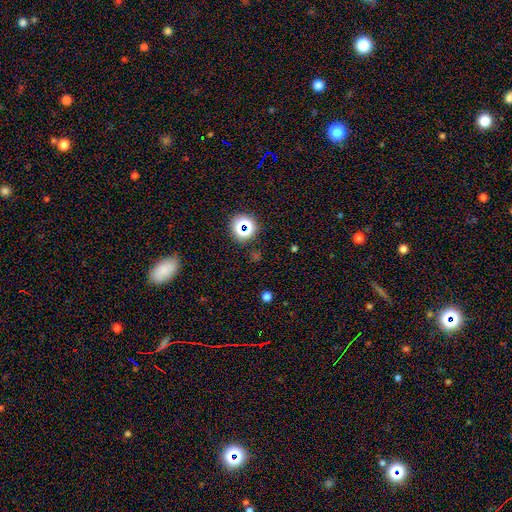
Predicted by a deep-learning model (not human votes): Morphology: type=star or artifact (61%).